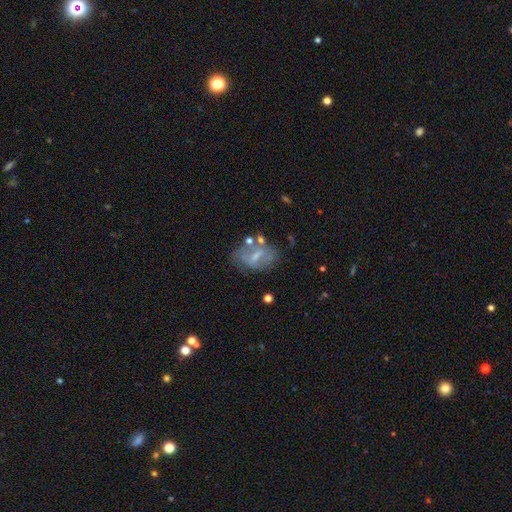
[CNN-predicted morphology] This is possibly a featured or disk galaxy (53%). It is clearly not viewed edge-on (93%). Merging: possibly none (52%).